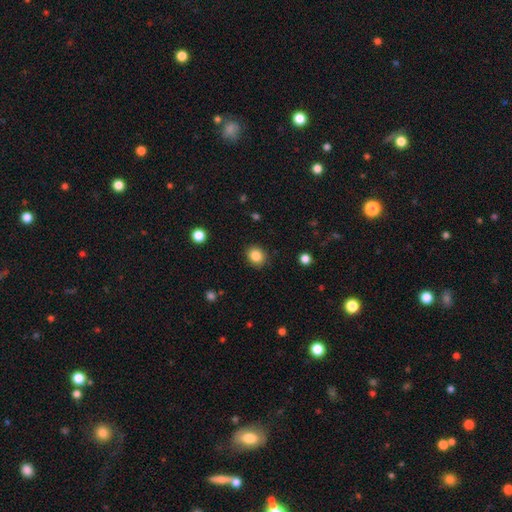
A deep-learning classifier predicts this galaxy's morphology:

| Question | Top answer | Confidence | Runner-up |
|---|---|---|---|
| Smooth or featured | smooth | 85% | star or artifact (10%) |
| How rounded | round | 64% | in between (35%) |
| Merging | none | 88% | minor disturbance (9%) |